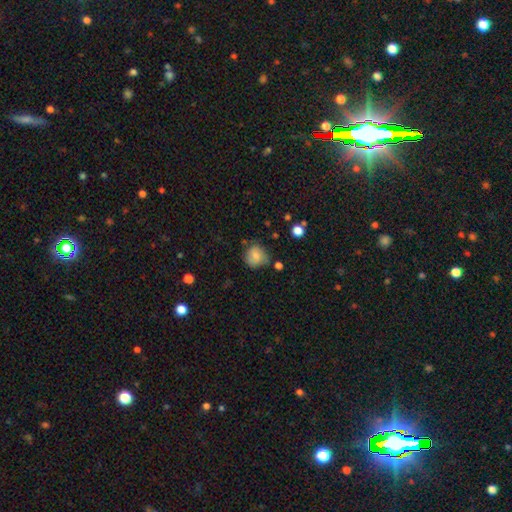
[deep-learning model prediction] Smooth or featured: smooth — 75% (featured or disk — 15%)
How rounded: round — 82% (in between — 17%)
Merging: none — 65% (minor disturbance — 24%)